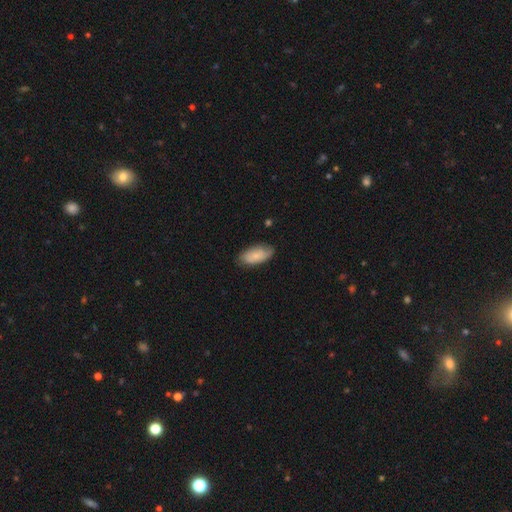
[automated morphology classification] A smooth galaxy with no disk features (73%) that is in between round and cigar-shaped (90%). Merging: none (76%).